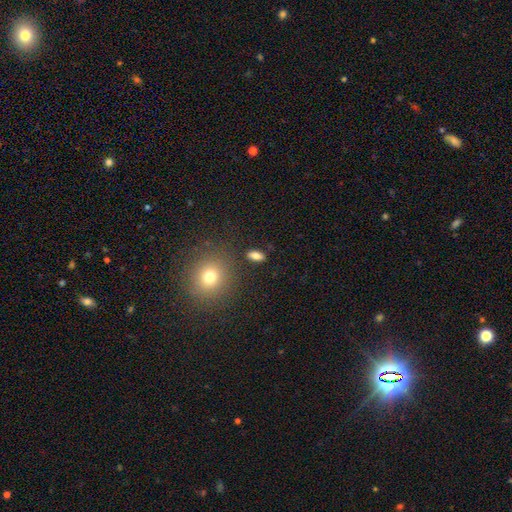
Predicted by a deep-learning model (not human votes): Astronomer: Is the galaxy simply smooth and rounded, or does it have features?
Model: smooth — 82%.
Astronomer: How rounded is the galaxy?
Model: in between — 82%.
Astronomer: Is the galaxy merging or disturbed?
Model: none — 85%.